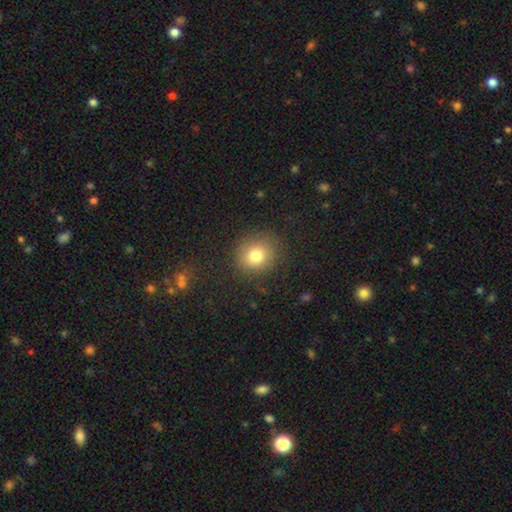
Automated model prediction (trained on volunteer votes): smooth-or-featured: smooth: 79% | star or artifact: 13% | featured or disk: 9%
  how-rounded: round: 80% | in between: 19% | cigar-shaped: 1%
  merging: none: 85% | minor disturbance: 9% | major disturbance: 4% | merger: 1%